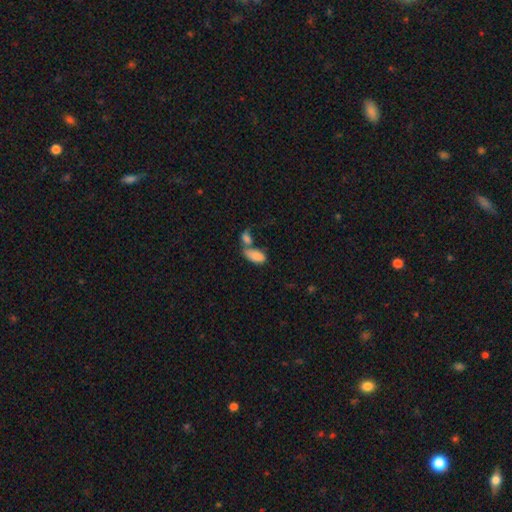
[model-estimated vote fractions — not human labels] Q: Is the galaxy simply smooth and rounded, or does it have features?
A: smooth — 82%.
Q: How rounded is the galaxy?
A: in between — 93%.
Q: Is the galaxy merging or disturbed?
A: merger — 59%.